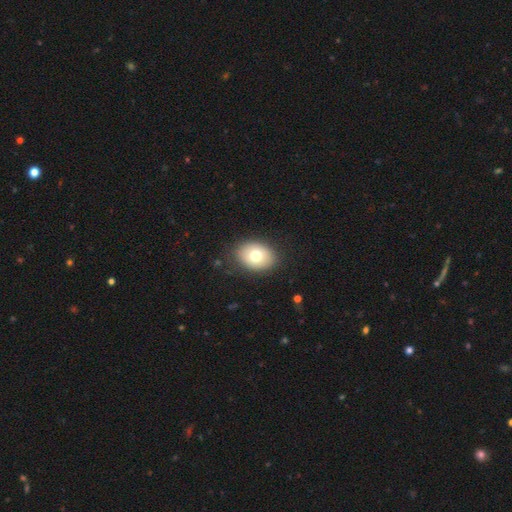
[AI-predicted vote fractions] Morphology: type=smooth (73%); roundness=in between (66%); merging=none (85%).